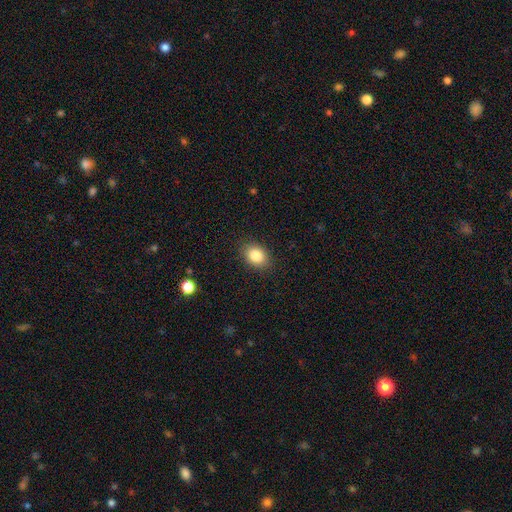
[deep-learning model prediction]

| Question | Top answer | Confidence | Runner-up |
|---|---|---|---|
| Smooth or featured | smooth | 85% | star or artifact (9%) |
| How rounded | in between | 71% | round (28%) |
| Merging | none | 88% | minor disturbance (9%) |